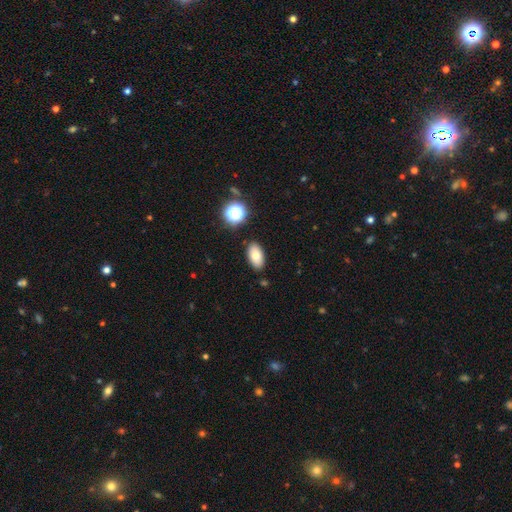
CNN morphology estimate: smooth-or-featured: smooth: 78% | featured or disk: 12% | star or artifact: 10%
  how-rounded: in between: 92% | round: 5% | cigar-shaped: 3%
  merging: none: 87% | minor disturbance: 9% | merger: 2% | major disturbance: 2%